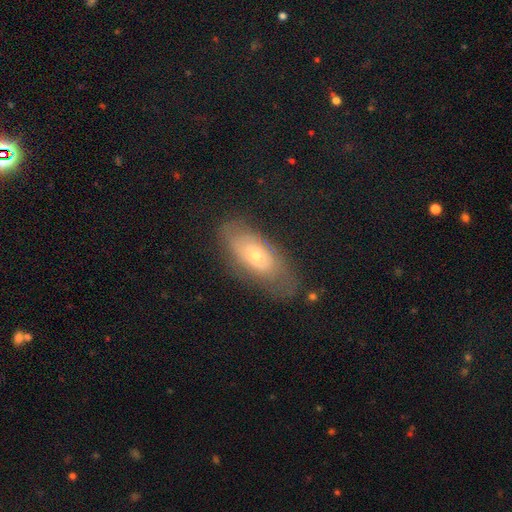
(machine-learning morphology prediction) smooth_or_featured: featured or disk (p=0.46) [alt: smooth p=0.45]
merging: none (p=0.65) [alt: minor disturbance p=0.22]